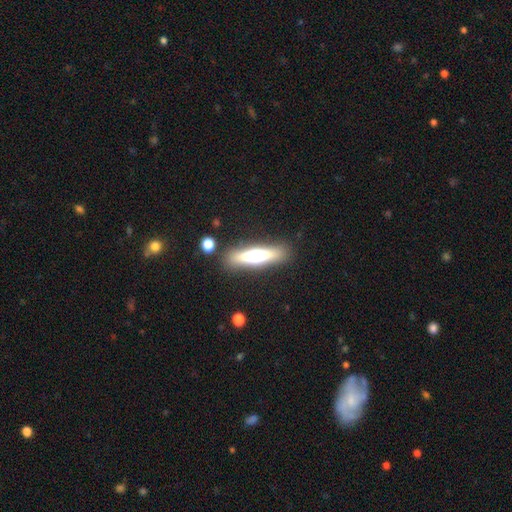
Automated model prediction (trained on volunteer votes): Smooth or featured: smooth — 49% (featured or disk — 43%)
Merging: none — 83% (minor disturbance — 10%)